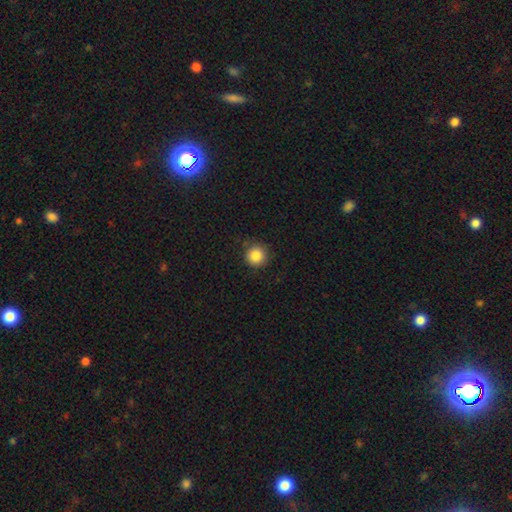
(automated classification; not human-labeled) Overall: smooth (85%). How rounded: round (95%). Merging: none (87%).